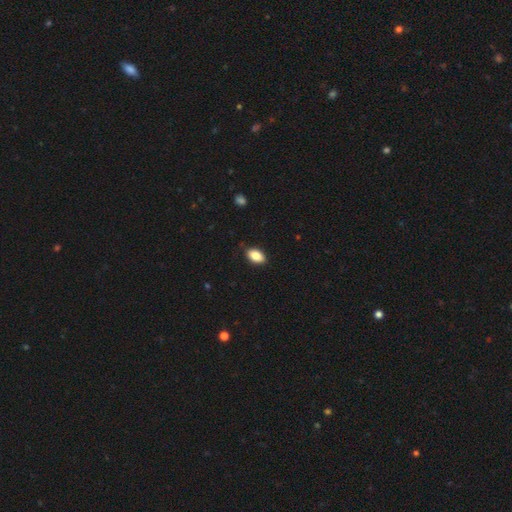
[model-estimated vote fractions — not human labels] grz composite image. It shows a smooth galaxy with no disk features (85%) that is in between round and cigar-shaped (92%). Merging: none (87%).